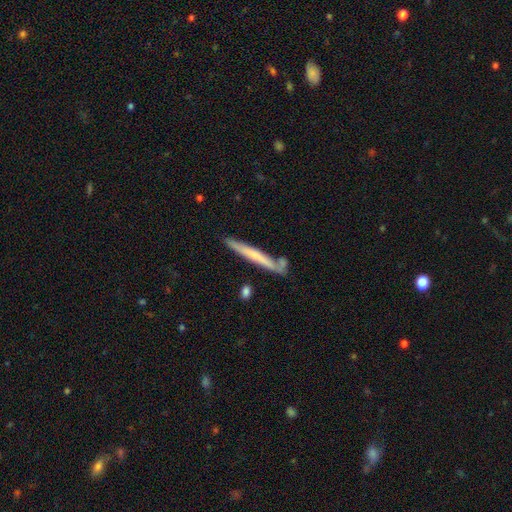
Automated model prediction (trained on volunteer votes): The model was most divided on "smooth or featured": smooth: 50%, featured or disk: 44%, star or artifact: 6%. More confident: how rounded — cigar-shaped (96%); merging — none (74%).